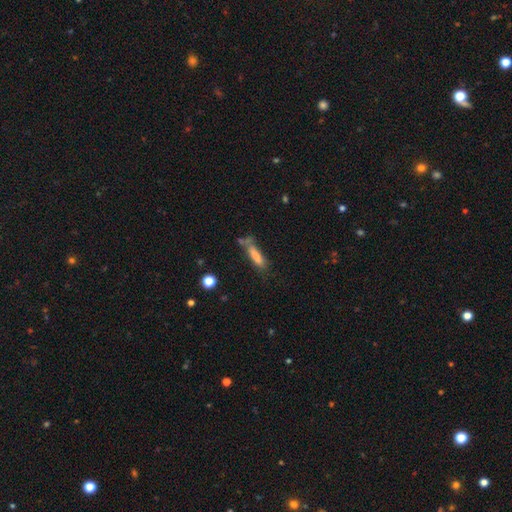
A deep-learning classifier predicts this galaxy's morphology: type=smooth (69%); roundness=cigar-shaped (70%); merging=none (52%).